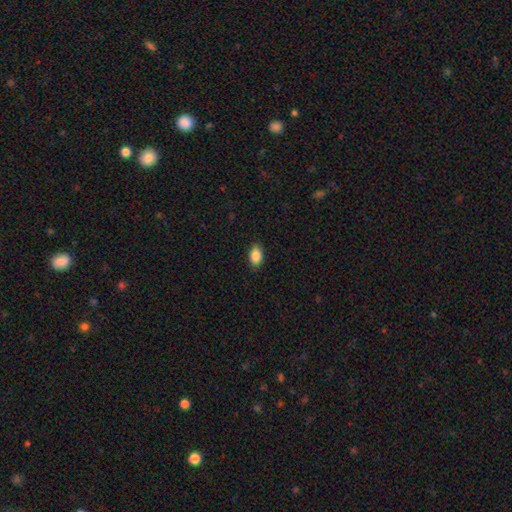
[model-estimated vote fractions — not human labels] Smooth or featured? smooth (87%)
How rounded? in between (89%)
Merging? none (88%)